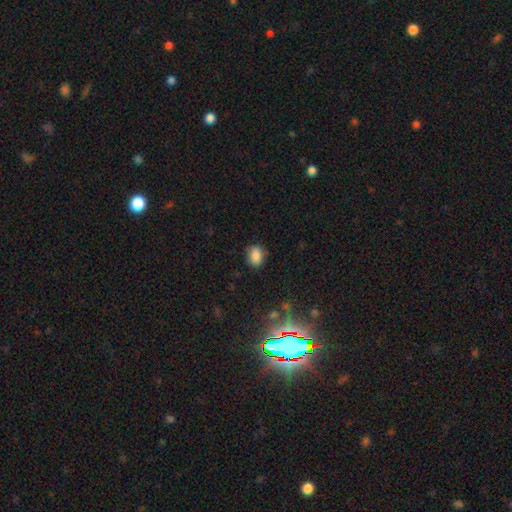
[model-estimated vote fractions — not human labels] A smooth galaxy with no disk features (85%) that is in between round and cigar-shaped (66%). Merging: none (80%).